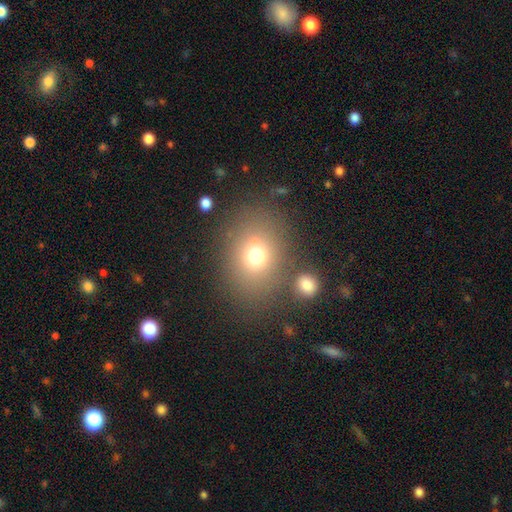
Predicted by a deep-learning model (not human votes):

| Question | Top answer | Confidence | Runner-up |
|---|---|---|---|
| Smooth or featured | smooth | 70% | star or artifact (15%) |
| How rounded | round | 50% | in between (49%) |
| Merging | none | 68% | merger (14%) |